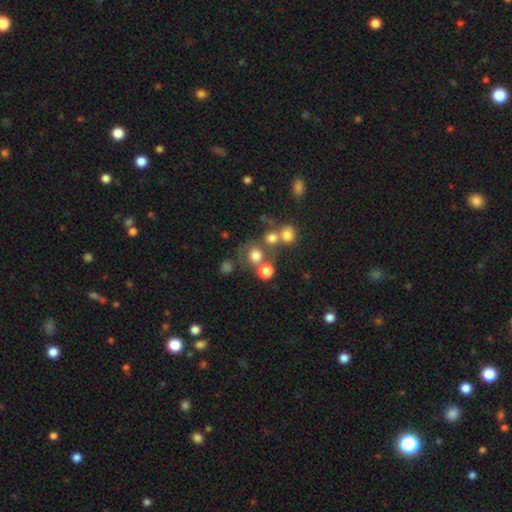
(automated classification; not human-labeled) smooth-or-featured: smooth: 70% | star or artifact: 17% | featured or disk: 12%
  how-rounded: round: 88% | in between: 11% | cigar-shaped: 1%
  merging: none: 56% | merger: 28% | minor disturbance: 9% | major disturbance: 7%